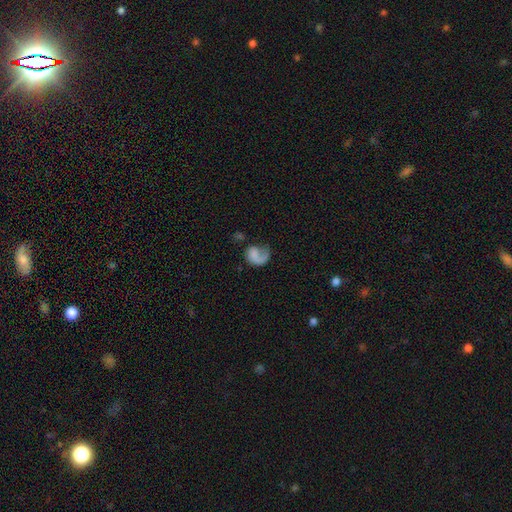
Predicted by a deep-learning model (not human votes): smooth_or_featured: featured or disk (p=0.51) [alt: smooth p=0.41]
disk_edge_on: no (p=0.98) [alt: yes p=0.02]
merging: none (p=0.38) [alt: major disturbance p=0.37]